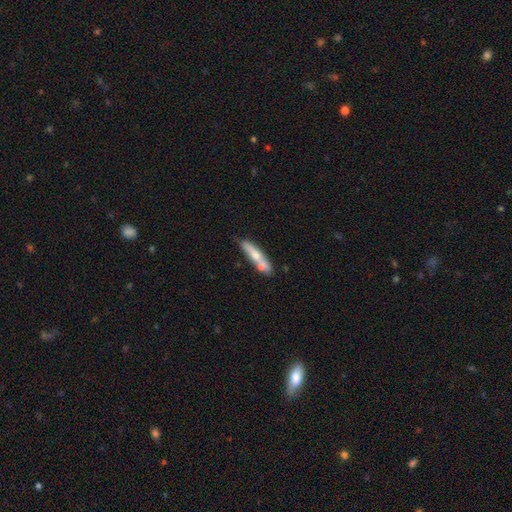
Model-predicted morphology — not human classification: This is likely a smooth galaxy (61%). How rounded: clearly cigar-shaped (81%). Merging: possibly none (54%).